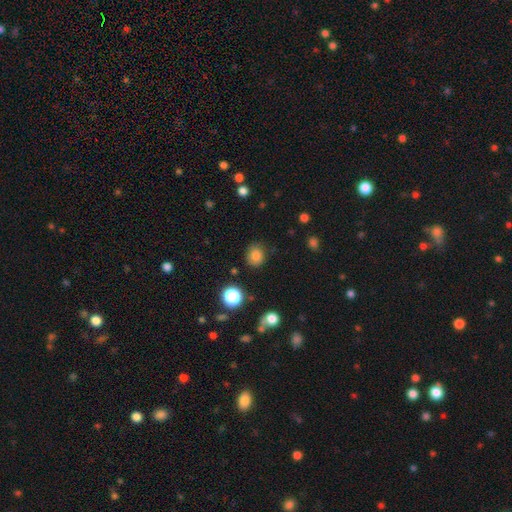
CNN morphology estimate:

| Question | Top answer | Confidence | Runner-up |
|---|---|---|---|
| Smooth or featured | smooth | 81% | star or artifact (13%) |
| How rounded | round | 76% | in between (24%) |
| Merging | none | 80% | minor disturbance (14%) |